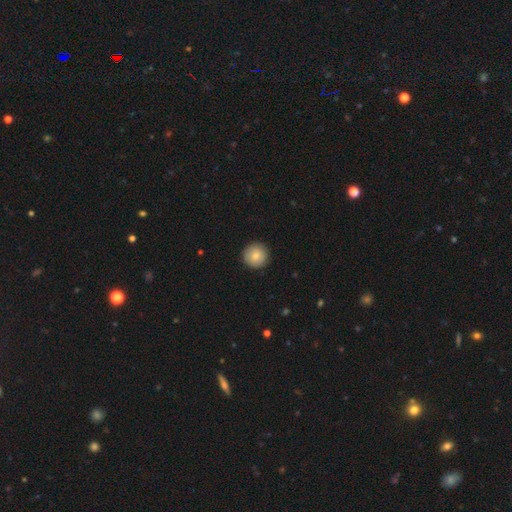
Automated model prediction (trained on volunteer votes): smooth-or-featured: smooth: 83% | featured or disk: 10% | star or artifact: 7%
  how-rounded: round: 96% | in between: 3% | cigar-shaped: 1%
  merging: none: 91% | minor disturbance: 6% | major disturbance: 2% | merger: 1%